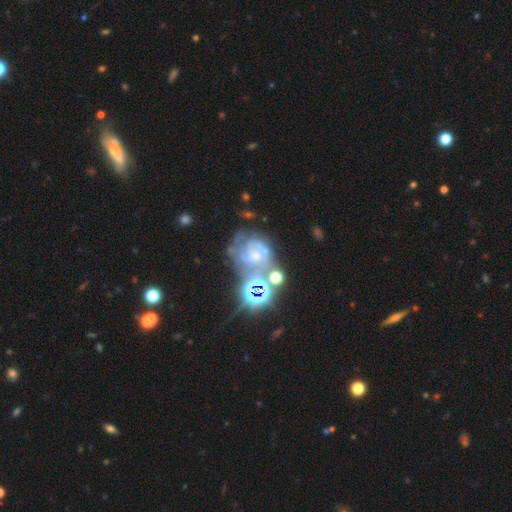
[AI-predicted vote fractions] Morphology: type=featured or disk (62%); edge-on=no (97%); bar=no (69%); spiral arms=yes (79%); bulge=small (46%); merging=none (37%).